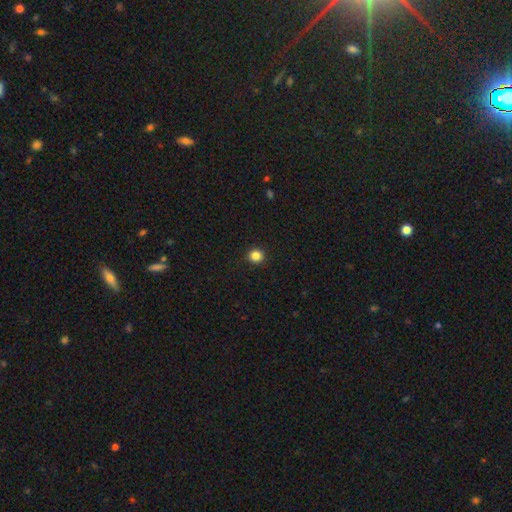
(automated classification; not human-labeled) This is clearly a smooth galaxy (85%). How rounded: clearly round (92%). Merging: clearly none (93%).